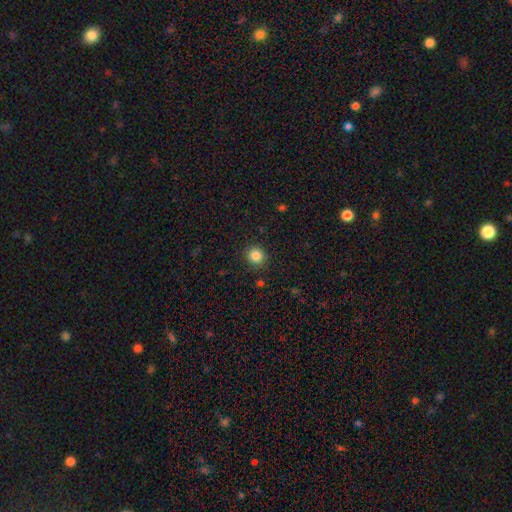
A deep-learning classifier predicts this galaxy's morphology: A smooth galaxy with no disk features (85%) that is round (91%).

Vote fractions:
- Smooth or featured? smooth: 85% / star or artifact: 11% / featured or disk: 4%
- How rounded? round: 91% / in between: 8% / cigar-shaped: 1%
- Merging? none: 90% / minor disturbance: 7% / major disturbance: 2% / merger: 1%